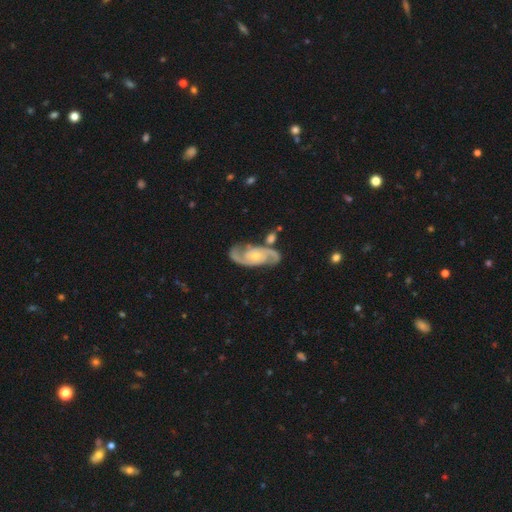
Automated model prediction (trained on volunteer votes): A featured or disk galaxy (91%) with no bar (63%), 2 (92%) medium (52%) spiral arms (98%) and a moderate central bulge (48%). Merging: none (75%).